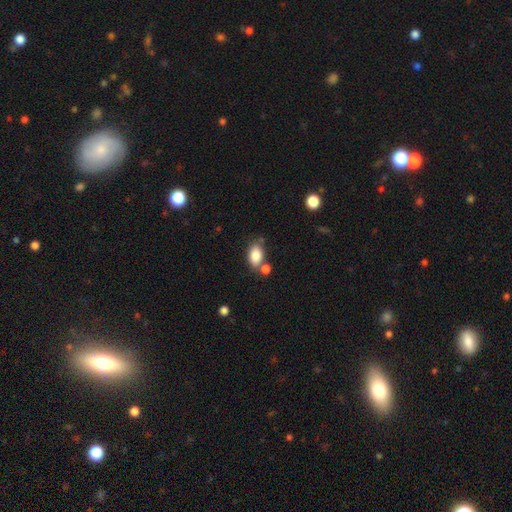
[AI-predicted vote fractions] Morphology: type=smooth (84%); roundness=in between (88%); merging=none (57%).